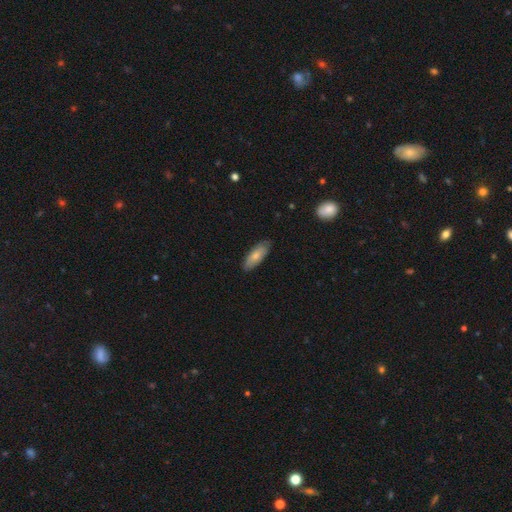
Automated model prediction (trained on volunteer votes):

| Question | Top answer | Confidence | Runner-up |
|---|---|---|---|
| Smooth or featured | smooth | 71% | featured or disk (23%) |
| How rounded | in between | 74% | cigar-shaped (24%) |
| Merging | none | 83% | minor disturbance (14%) |